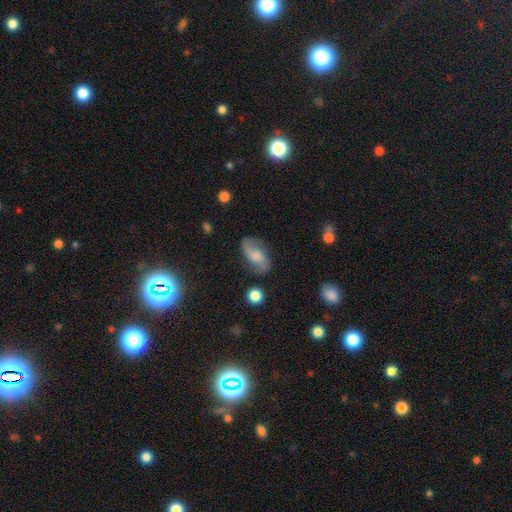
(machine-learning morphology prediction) Smooth or featured: featured or disk — 61% (smooth — 31%)
Edge-on disk: no — 94% (yes — 6%)
Bar: no — 54% (weak — 37%)
Spiral arms: yes — 91% (no — 9%)
Spiral winding: loose — 61% (medium — 29%)
Spiral arm count: 2 — 90% (can't tell — 5%)
Bulge size: moderate — 42% (small — 29%)
Merging: none — 75% (minor disturbance — 17%)